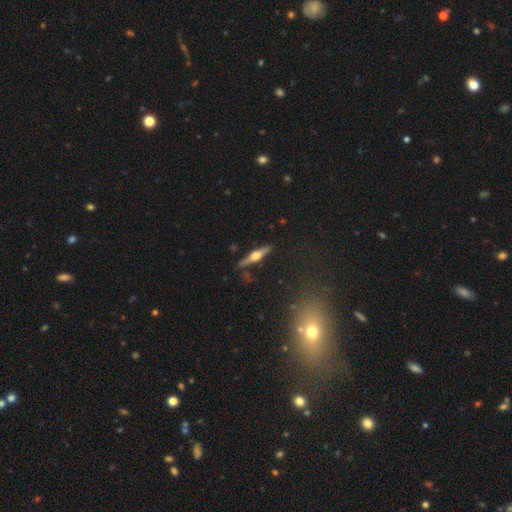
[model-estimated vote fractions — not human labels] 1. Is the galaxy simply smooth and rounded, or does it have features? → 74% featured or disk, 20% smooth, 6% star or artifact.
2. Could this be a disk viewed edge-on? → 97% yes, 3% no.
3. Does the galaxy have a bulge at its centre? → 93% rounded, 5% boxy, 2% none.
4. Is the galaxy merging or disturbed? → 87% none, 9% minor disturbance, 2% major disturbance, 2% merger.